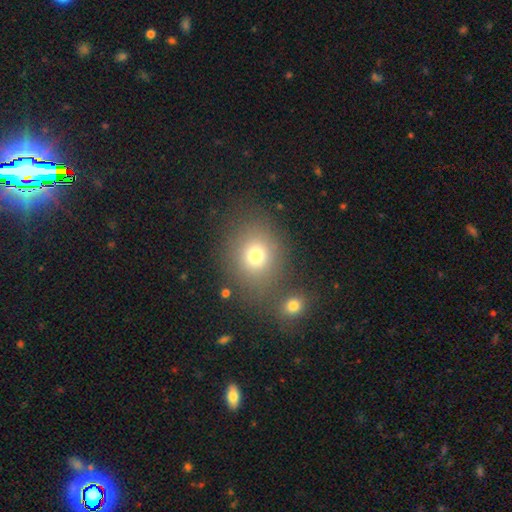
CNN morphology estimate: smooth_or_featured: smooth (p=0.73) [alt: star or artifact p=0.16]
how_rounded: round (p=0.67) [alt: in between p=0.32]
merging: none (p=0.68) [alt: merger p=0.15]